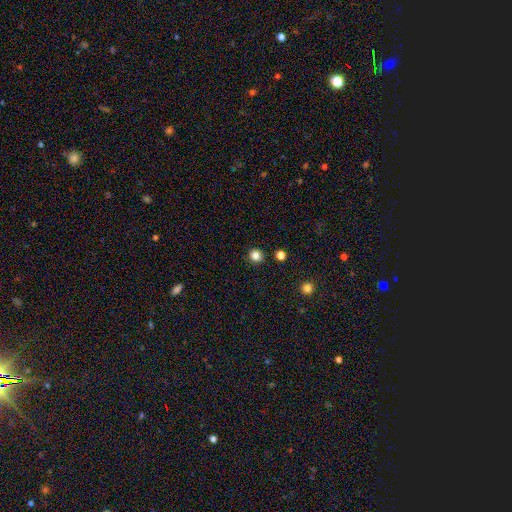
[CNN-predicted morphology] This is clearly a smooth galaxy (83%). How rounded: clearly round (89%). Merging: clearly none (90%).